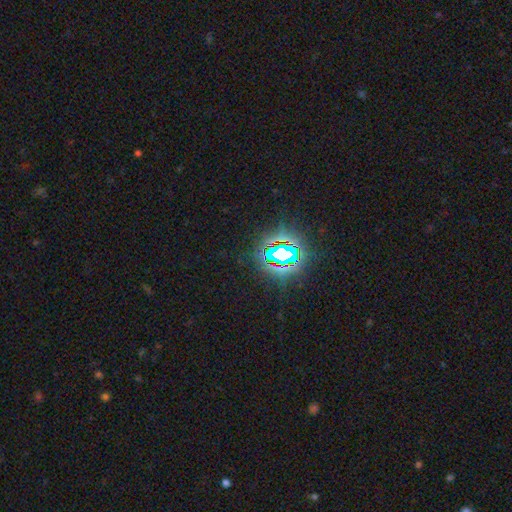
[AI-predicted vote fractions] star or artifact 81%, smooth 11%, featured or disk 8%.